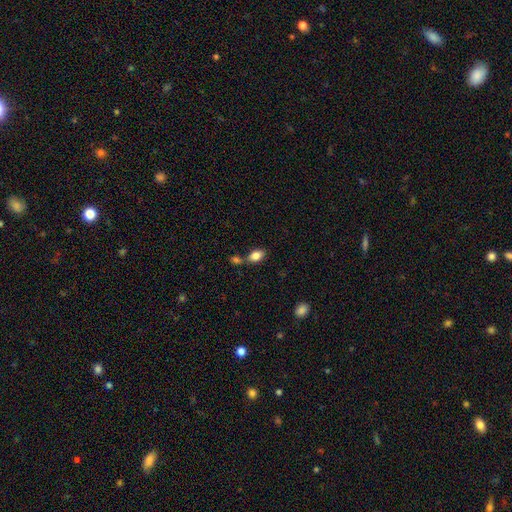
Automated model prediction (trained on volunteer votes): Overall: smooth (84%). How rounded: in between (88%). Merging: none (55%; merger 28%).